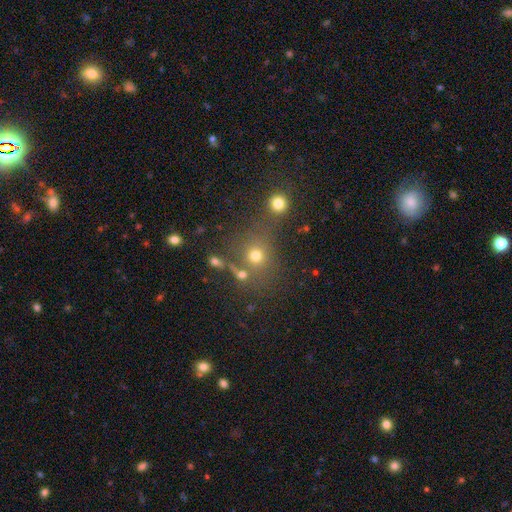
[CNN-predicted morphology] This appears to be a smooth galaxy with no disk features (68%) that is round (82%). Merging: none (62%).